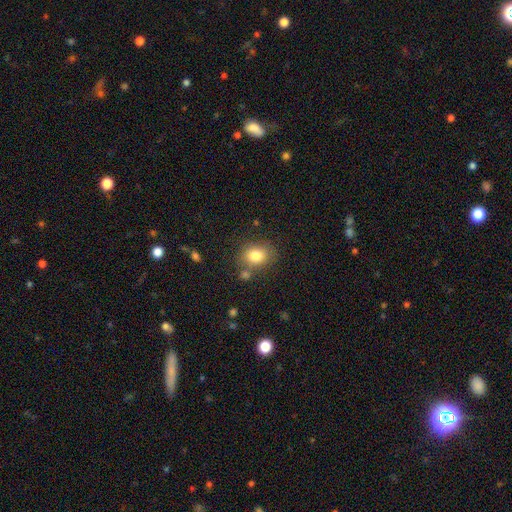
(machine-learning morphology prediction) Smooth or featured?
  - smooth: 81% *
  - star or artifact: 10%
  - featured or disk: 9%
How rounded?
  - in between: 54% *
  - round: 45%
  - cigar-shaped: 1%
Merging?
  - none: 70% *
  - minor disturbance: 15%
  - merger: 11%
  - major disturbance: 5%